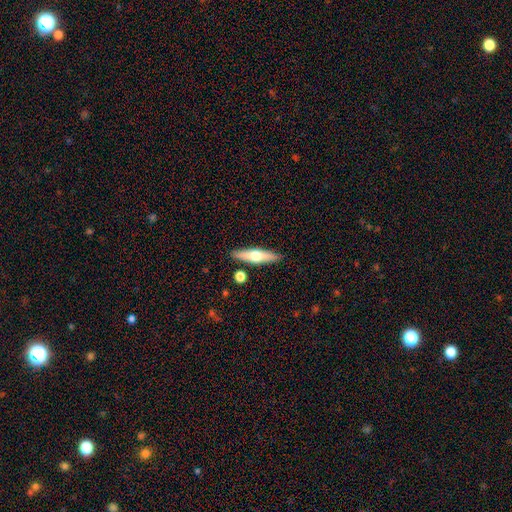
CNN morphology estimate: Smooth or featured? featured or disk (49%)
Merging? none (87%)